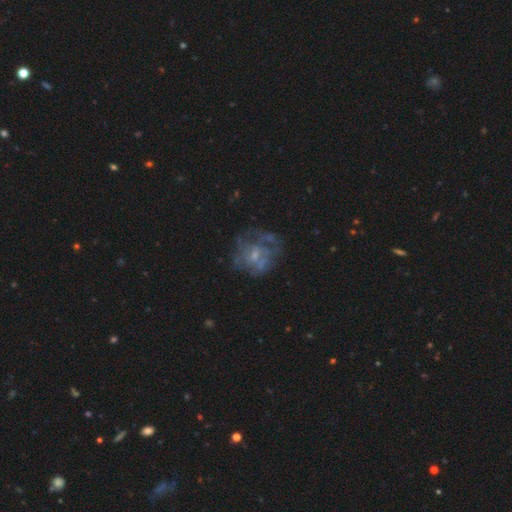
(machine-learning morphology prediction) Overall: featured or disk (64%). Edge-on disk: no (98%). Bar: no (73%). Spiral arms: no (67%; yes 33%). Bulge size: small (45%; moderate 31%). Merging: none (53%; major disturbance 24%).